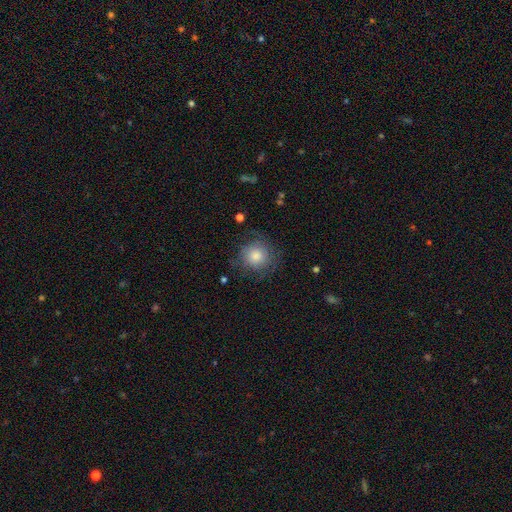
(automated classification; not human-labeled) smooth_or_featured: smooth (p=0.67) [alt: featured or disk p=0.22]
how_rounded: round (p=0.92) [alt: in between p=0.07]
merging: none (p=0.74) [alt: minor disturbance p=0.17]